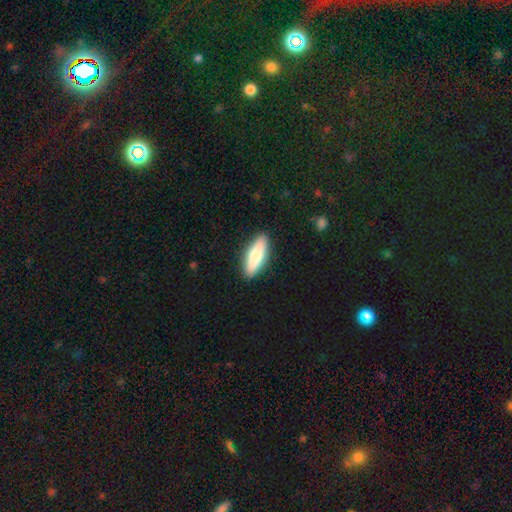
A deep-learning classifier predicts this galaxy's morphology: Smooth or featured? smooth (74%)
How rounded? in between (53%)
Merging? none (89%)